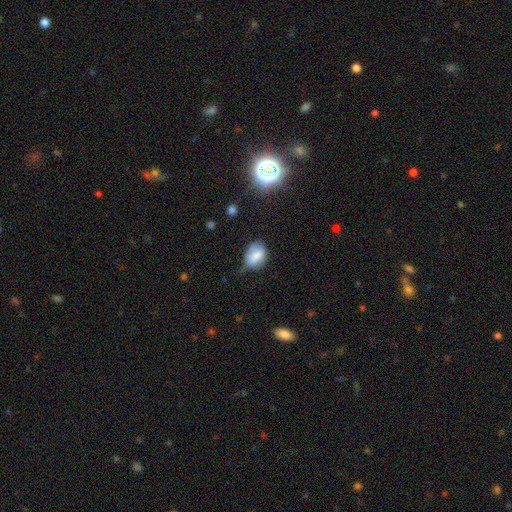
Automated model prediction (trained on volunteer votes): Smooth or featured? Predicted: smooth (p=0.74). How rounded? Predicted: in between (p=0.71). Merging? Predicted: none (p=0.44).